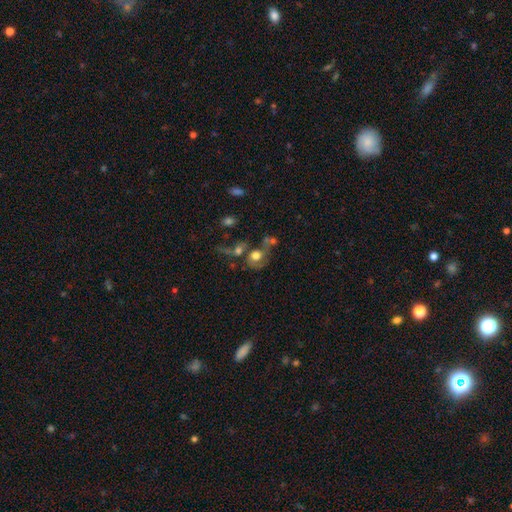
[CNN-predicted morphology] A smooth galaxy with no disk features (54%) that is round (58%). Merging: merger (38%).